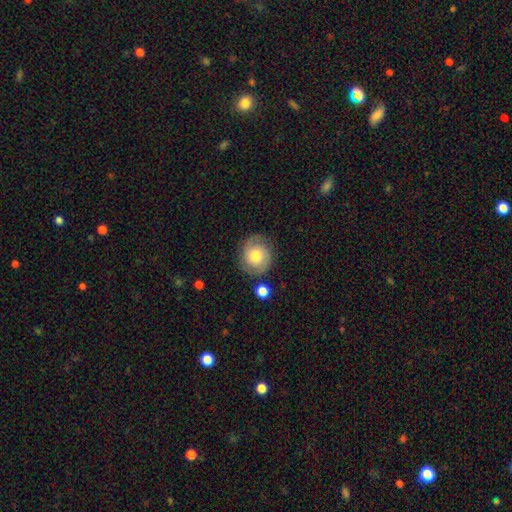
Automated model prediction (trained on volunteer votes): This is possibly a featured or disk galaxy (48%). Merging: likely none (77%).